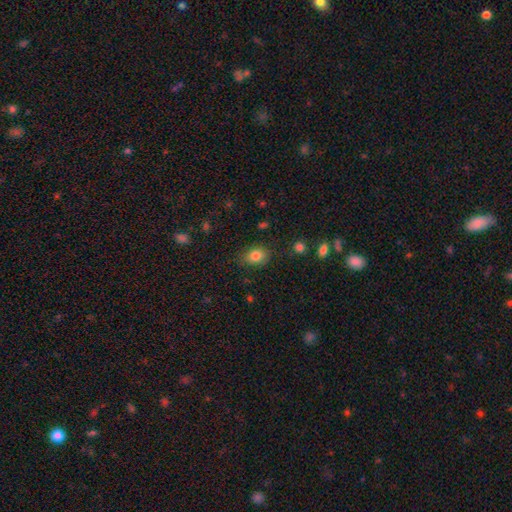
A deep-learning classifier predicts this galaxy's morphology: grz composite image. It shows a smooth galaxy with no disk features (82%) that is in between round and cigar-shaped (63%). Merging: none (77%).